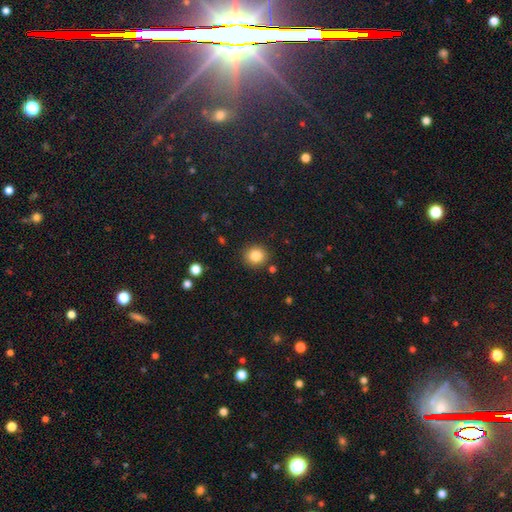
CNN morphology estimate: smooth-or-featured: smooth: 85% | star or artifact: 10% | featured or disk: 5%
  how-rounded: round: 86% | in between: 13% | cigar-shaped: 1%
  merging: none: 87% | minor disturbance: 8% | merger: 3% | major disturbance: 2%